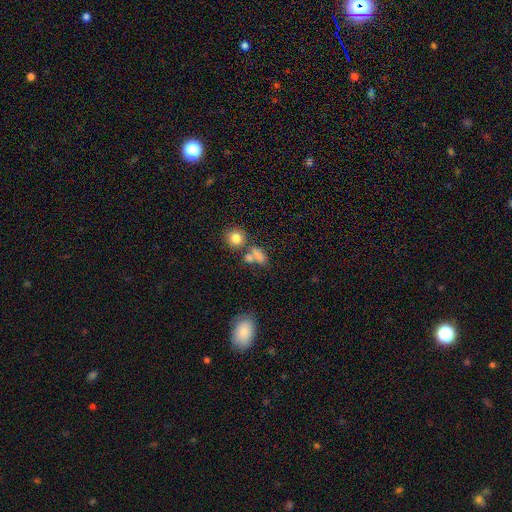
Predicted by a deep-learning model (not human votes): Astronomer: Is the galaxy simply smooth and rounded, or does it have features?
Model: smooth — 74%.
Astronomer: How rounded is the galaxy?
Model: in between — 55%.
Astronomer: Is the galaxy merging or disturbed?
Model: none — 47% (runner-up: merger, 30%).